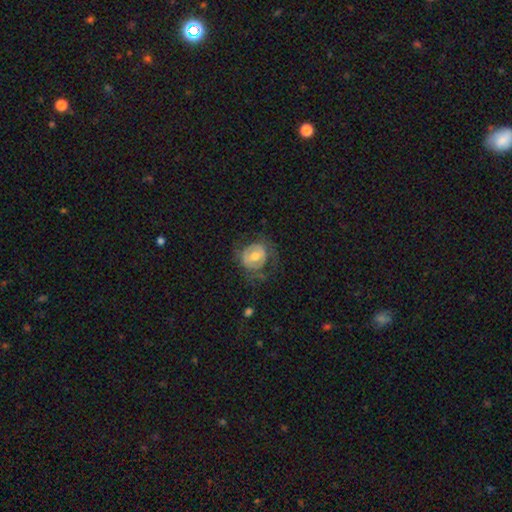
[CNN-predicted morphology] Smooth or featured?
  - featured or disk: 54% *
  - smooth: 39%
  - star or artifact: 7%
Edge-on disk?
  - no: 96% *
  - yes: 4%
Bar?
  - no: 43% *
  - weak: 39%
  - strong: 18%
Spiral arms?
  - no: 57% *
  - yes: 43%
Bulge size?
  - moderate: 68% *
  - small: 21%
  - large: 8%
  - none: 2%
  - dominant: 1%
Merging?
  - none: 56% *
  - major disturbance: 22%
  - minor disturbance: 21%
  - merger: 2%